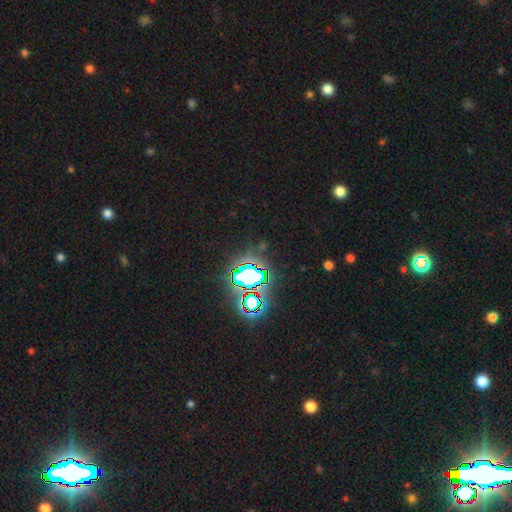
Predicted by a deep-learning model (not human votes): Smooth or featured: star or artifact — 82% (smooth — 12%)